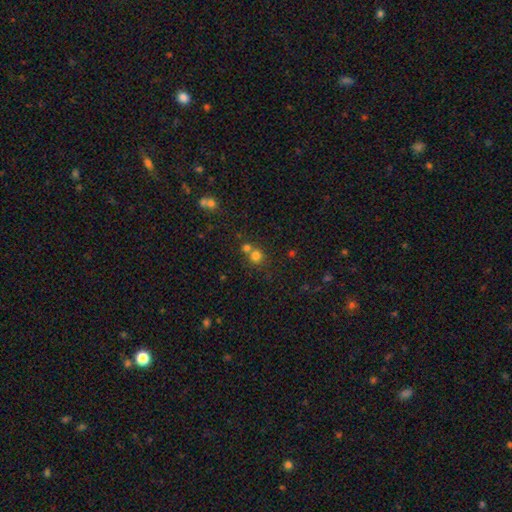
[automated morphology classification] Overall: smooth (76%). How rounded: round (87%). Merging: none (52%; merger 39%).